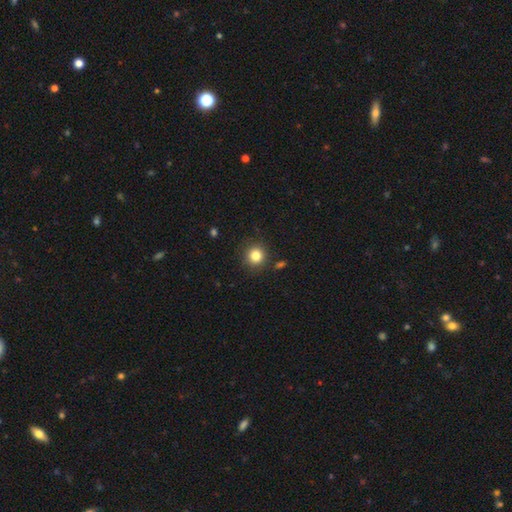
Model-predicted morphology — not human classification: This appears to be a smooth galaxy with no disk features (82%) that is round (92%). Merging: none (87%).